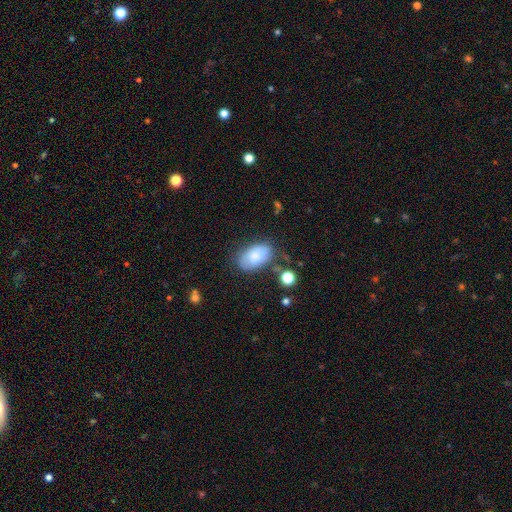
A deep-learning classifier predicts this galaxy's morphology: Smooth or featured? smooth (74%)
How rounded? in between (92%)
Merging? none (65%)